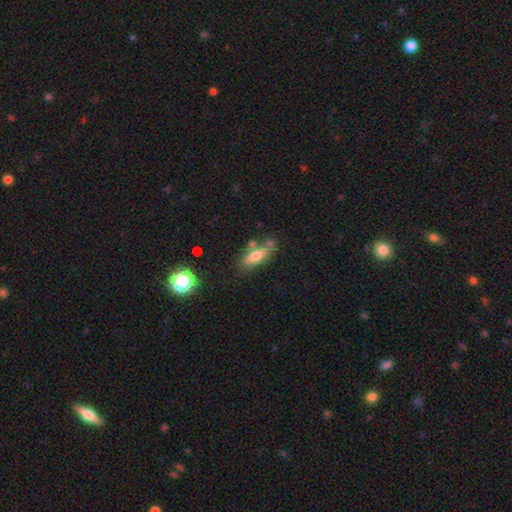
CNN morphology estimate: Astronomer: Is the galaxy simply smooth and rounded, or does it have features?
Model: smooth — 63%.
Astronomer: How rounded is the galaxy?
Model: in between — 62%.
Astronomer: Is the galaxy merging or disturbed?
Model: none — 61%.